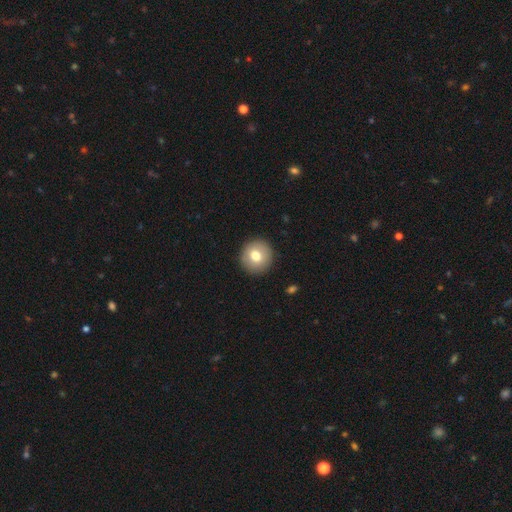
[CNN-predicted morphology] Smooth or featured?
  - smooth: 76% *
  - featured or disk: 16%
  - star or artifact: 8%
How rounded?
  - round: 93% *
  - in between: 6%
  - cigar-shaped: 1%
Merging?
  - none: 92% *
  - minor disturbance: 6%
  - major disturbance: 2%
  - merger: 1%